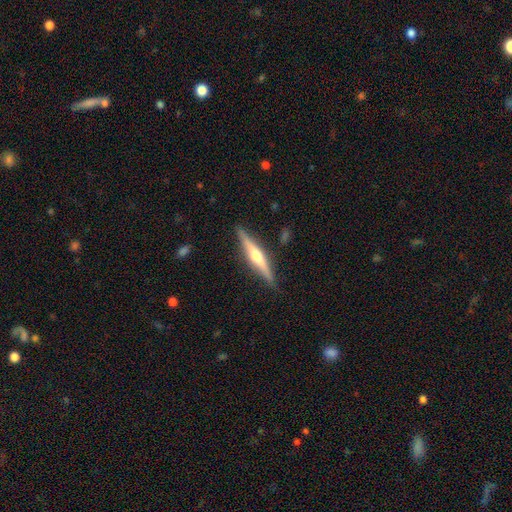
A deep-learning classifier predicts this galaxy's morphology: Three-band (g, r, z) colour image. It shows a featured or disk galaxy (71%) viewed edge-on (97%) with a rounded central bulge (91%). Merging: none (89%).